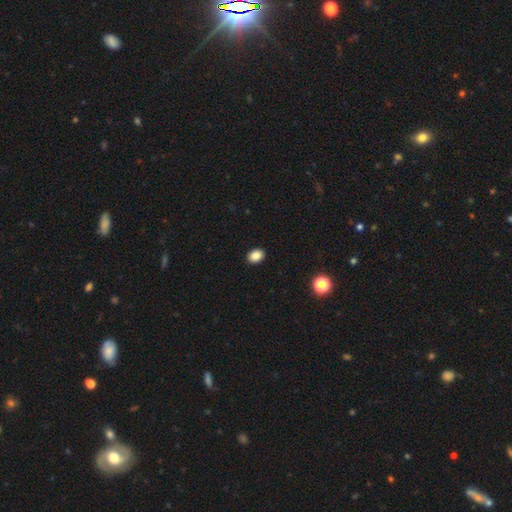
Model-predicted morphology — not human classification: A smooth galaxy with no disk features (87%) that is in between round and cigar-shaped (64%). Merging: none (91%).